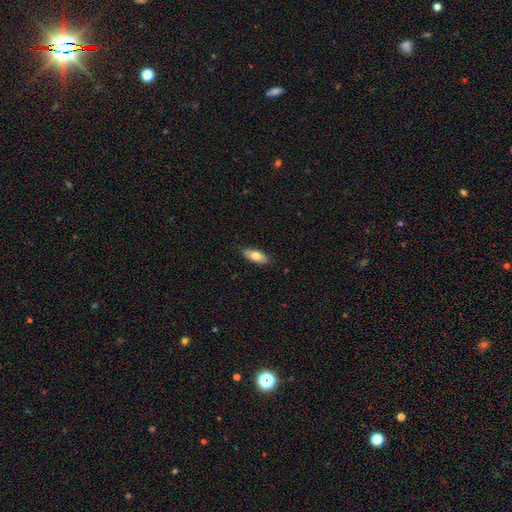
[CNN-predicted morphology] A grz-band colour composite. It shows a smooth galaxy with no disk features (73%) that is in between round and cigar-shaped (82%). Merging: none (85%).